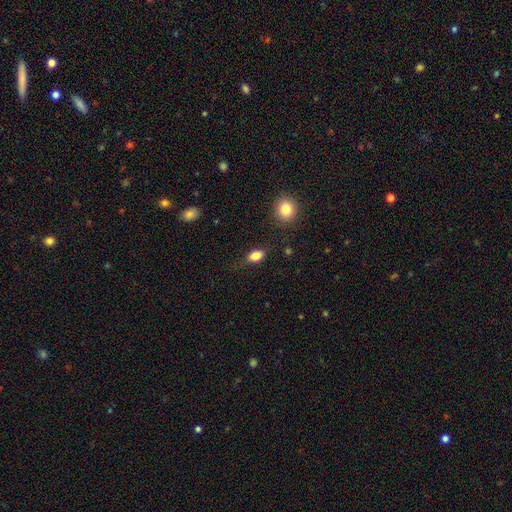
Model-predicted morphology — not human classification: A smooth galaxy with no disk features (83%) that is in between round and cigar-shaped (83%).

Vote fractions:
- Smooth or featured? smooth: 83% / star or artifact: 9% / featured or disk: 8%
- How rounded? in between: 83% / round: 14% / cigar-shaped: 3%
- Merging? none: 75% / minor disturbance: 17% / major disturbance: 6% / merger: 2%